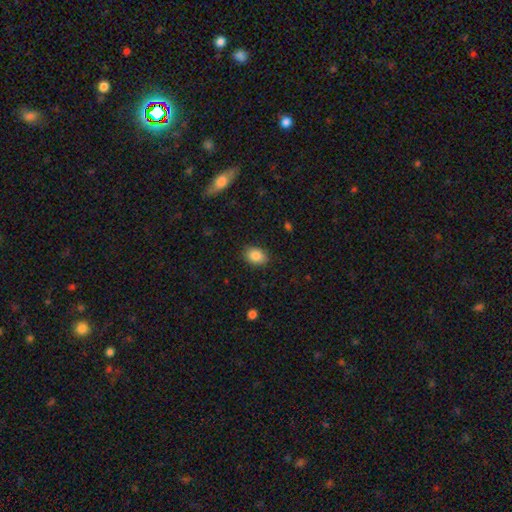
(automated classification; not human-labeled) A smooth galaxy with no disk features (87%) that is in between round and cigar-shaped (71%). Merging: none (87%).